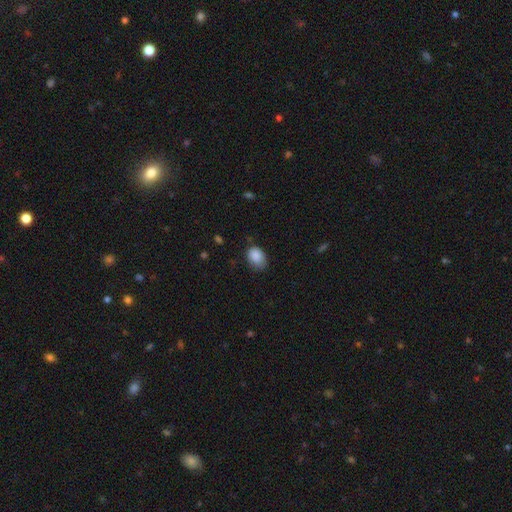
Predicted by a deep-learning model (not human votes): Smooth or featured? Predicted: smooth (p=0.87). How rounded? Predicted: in between (p=0.75). Merging? Predicted: none (p=0.62).